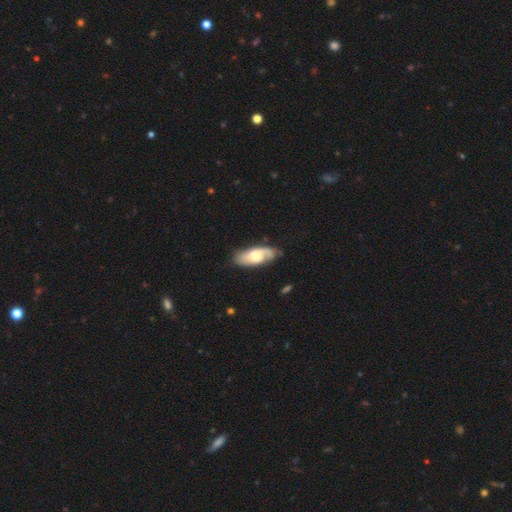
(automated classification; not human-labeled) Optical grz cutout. It shows a featured or disk galaxy (53%). Merging: none (70%).